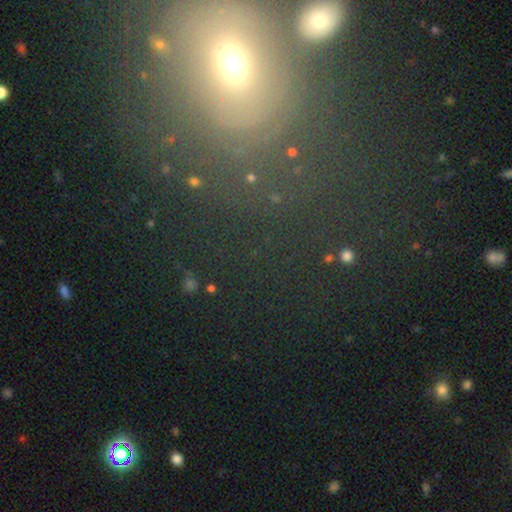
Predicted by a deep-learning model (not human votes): Smooth or featured? star or artifact (40%)